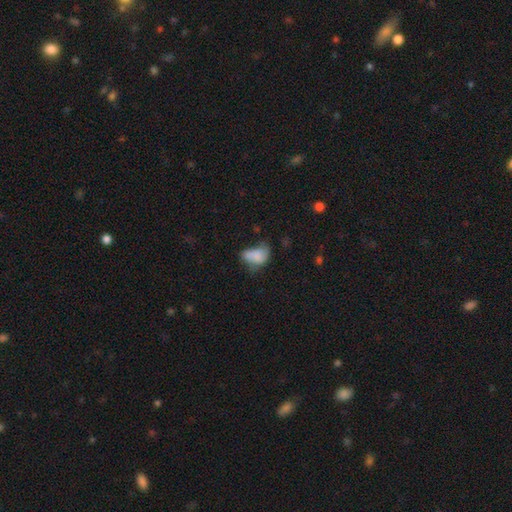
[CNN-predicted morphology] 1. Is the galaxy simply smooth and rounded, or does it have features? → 69% smooth, 20% featured or disk, 11% star or artifact.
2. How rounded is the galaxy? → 85% in between, 13% round, 2% cigar-shaped.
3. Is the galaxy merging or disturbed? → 30% major disturbance (tied), 30% minor disturbance (tied), 26% none, 14% merger.